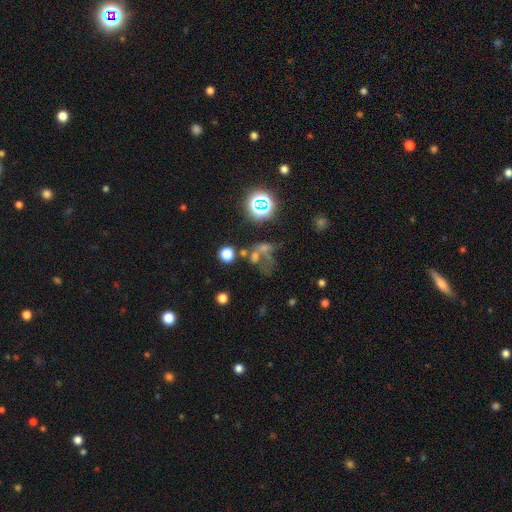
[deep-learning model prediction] A star or artifact, not a galaxy (40%).